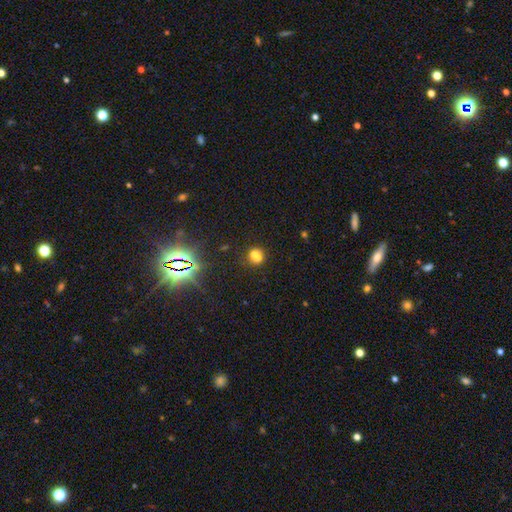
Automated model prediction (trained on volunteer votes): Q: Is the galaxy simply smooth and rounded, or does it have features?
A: smooth — 63%.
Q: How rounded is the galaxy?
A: round — 77%.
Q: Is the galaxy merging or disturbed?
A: merger — 51%.